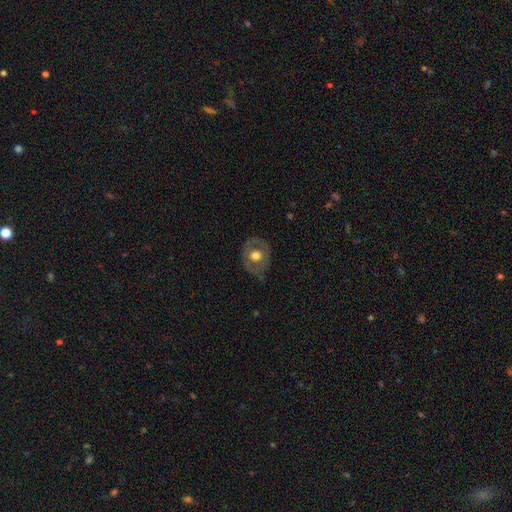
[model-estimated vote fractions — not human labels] Smooth or featured? Predicted: smooth (p=0.48). Merging? Predicted: none (p=0.72).